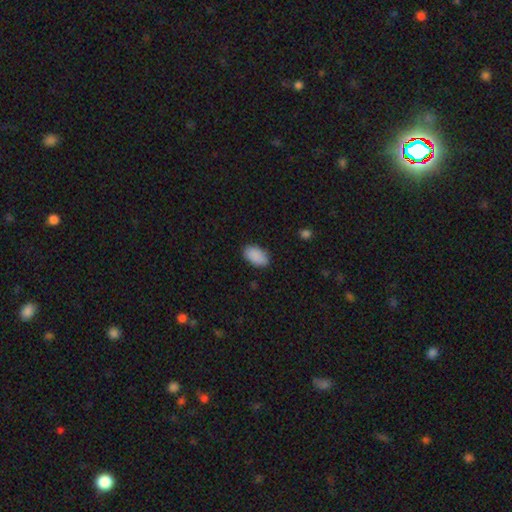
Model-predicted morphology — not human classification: This appears to be a smooth galaxy with no disk features (90%) that is in between round and cigar-shaped (94%). Merging: none (85%).